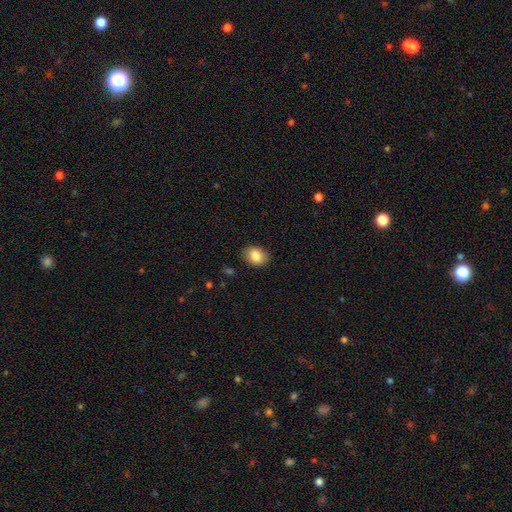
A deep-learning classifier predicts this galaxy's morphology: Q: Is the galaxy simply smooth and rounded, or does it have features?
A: smooth — 87%.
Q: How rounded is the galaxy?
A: in between — 61%.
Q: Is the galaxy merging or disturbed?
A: none — 85%.